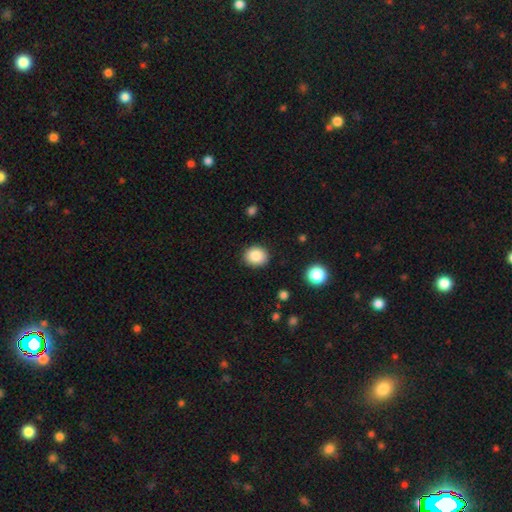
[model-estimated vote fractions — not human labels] Q: Smooth or featured?
A: smooth (86%); runner-up: star or artifact (9%)
Q: How rounded?
A: round (69%); runner-up: in between (30%)
Q: Merging?
A: none (88%); runner-up: minor disturbance (8%)